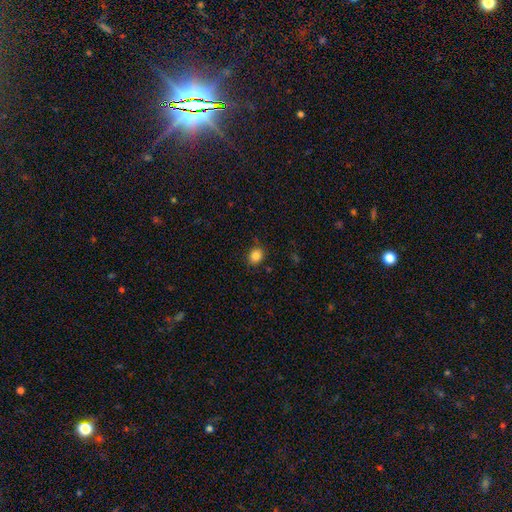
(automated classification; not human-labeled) smooth-or-featured: smooth: 85% | star or artifact: 10% | featured or disk: 5%
  how-rounded: round: 60% | in between: 39% | cigar-shaped: 1%
  merging: none: 85% | minor disturbance: 11% | major disturbance: 3% | merger: 2%